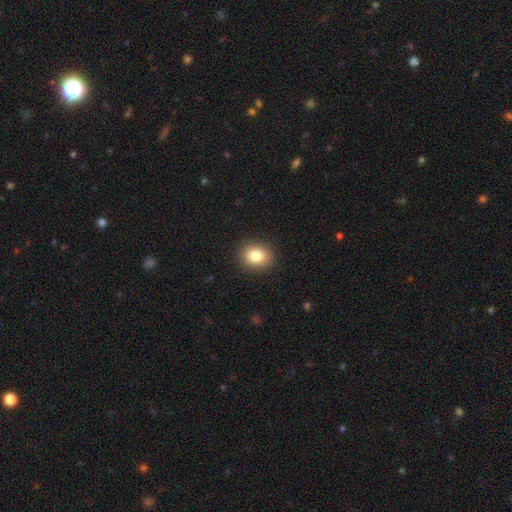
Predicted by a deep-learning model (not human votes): This is clearly a smooth galaxy (84%). How rounded: possibly round (55%). Merging: clearly none (89%).